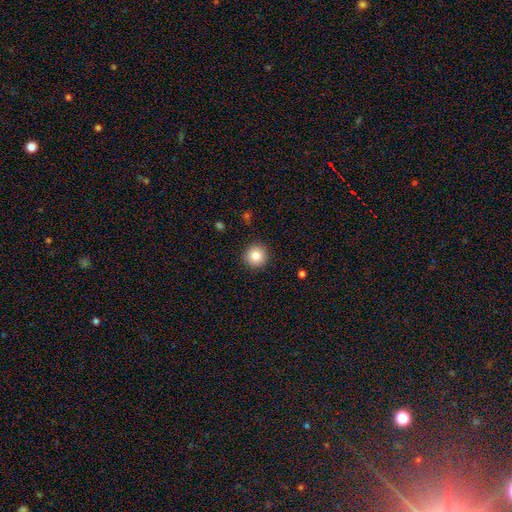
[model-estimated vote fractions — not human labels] smooth 85%, star or artifact 10%, featured or disk 6%. Down the decision tree: how rounded — round (96%); merging — none (92%).